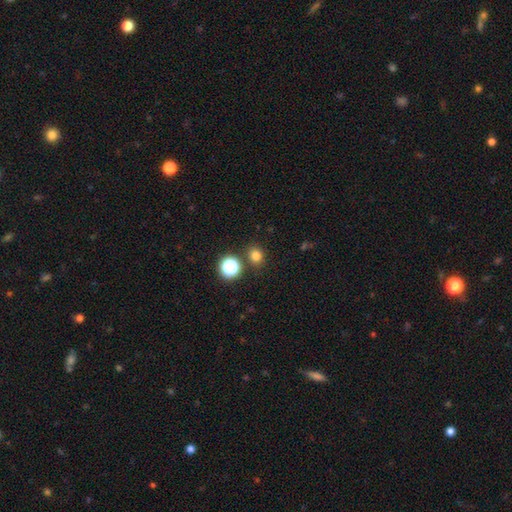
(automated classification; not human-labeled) smooth 77%, star or artifact 18%, featured or disk 5%. Down the decision tree: how rounded — round (76%); merging — none (83%).